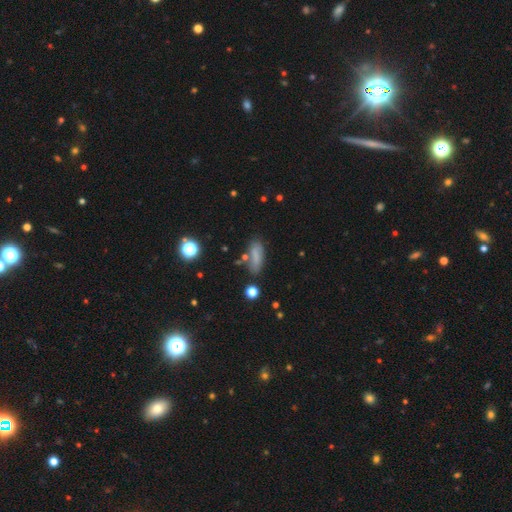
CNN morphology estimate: A smooth galaxy with no disk features (74%) that is in between round and cigar-shaped (63%). Merging: none (66%).